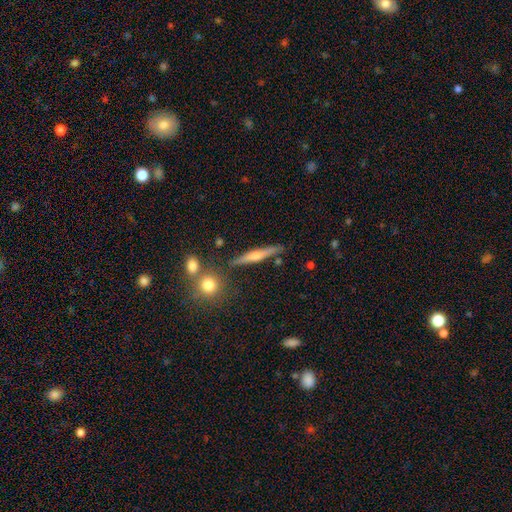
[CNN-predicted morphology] Smooth or featured? featured or disk (54%)
Edge-on disk? yes (95%)
Edge-on bulge? rounded (76%)
Merging? none (82%)